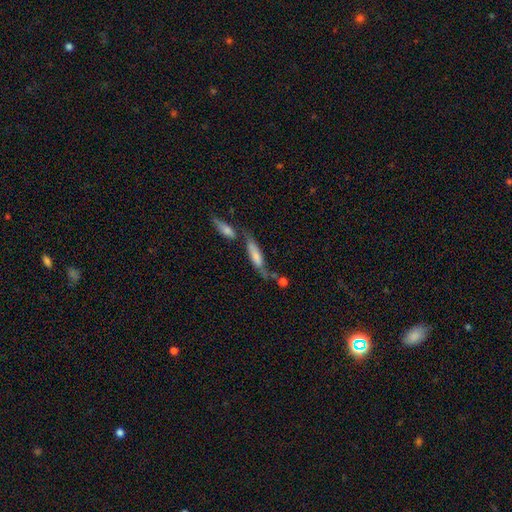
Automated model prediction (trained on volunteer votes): The model was most divided on "merging": none: 37%, merger: 36%, minor disturbance: 17%, major disturbance: 9%. More confident: how rounded — cigar-shaped (63%); smooth or featured — smooth (61%).